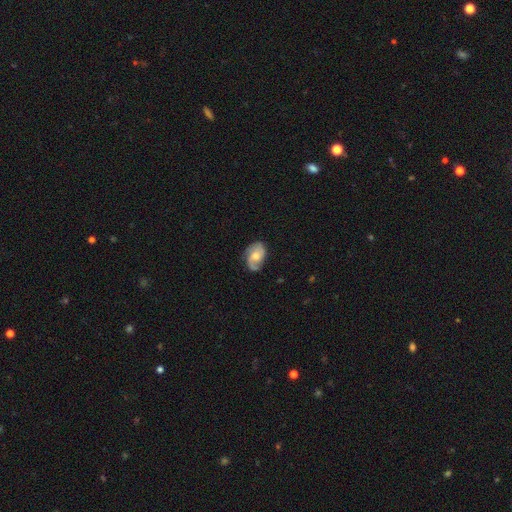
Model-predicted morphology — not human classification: A featured or disk galaxy (71%) with no bar (64%), 2 (74%) medium (45%) spiral arms (93%) and a moderate central bulge (61%). Merging: none (68%).